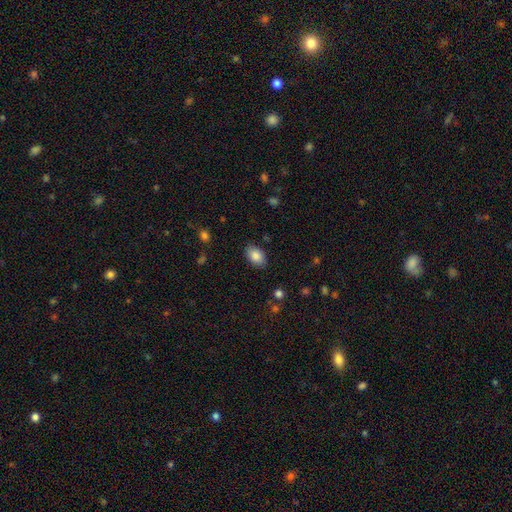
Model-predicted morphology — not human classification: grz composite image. It shows a smooth galaxy with no disk features (86%) that is in between round and cigar-shaped (89%). Merging: none (86%).